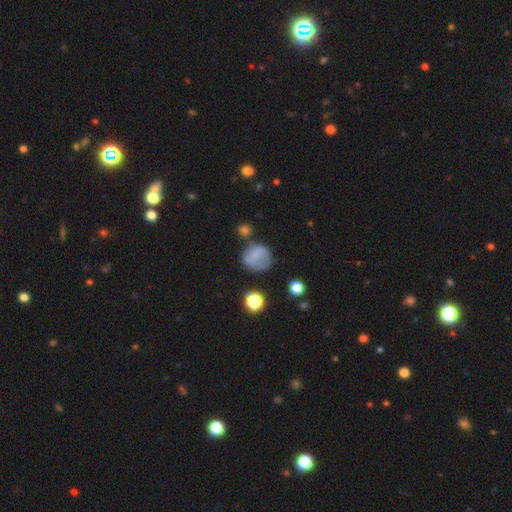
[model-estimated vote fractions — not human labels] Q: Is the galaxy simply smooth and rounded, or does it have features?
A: smooth — 69%.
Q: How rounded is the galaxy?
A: round — 81%.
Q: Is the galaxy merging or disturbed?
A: none — 56%.